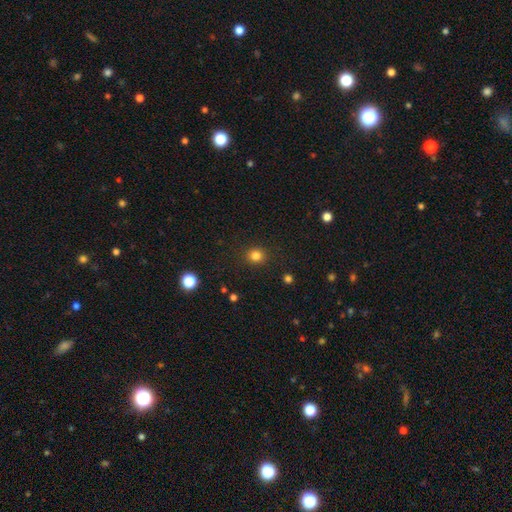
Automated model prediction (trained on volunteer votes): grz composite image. It shows a smooth galaxy with no disk features (82%) that is round (87%). Merging: none (90%).